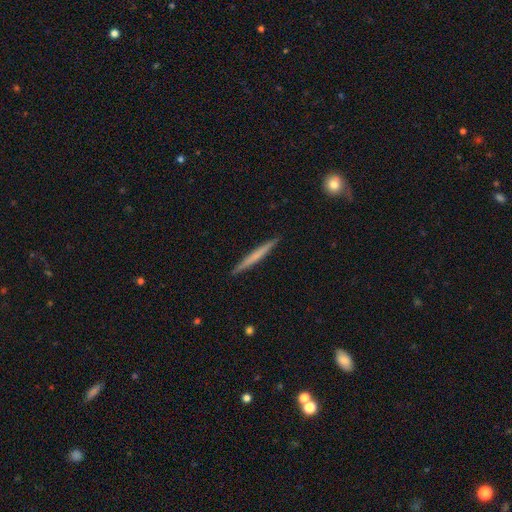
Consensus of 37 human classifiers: Morphology: type=smooth (59%); roundness=cigar-shaped (86%); merging=none (89%).